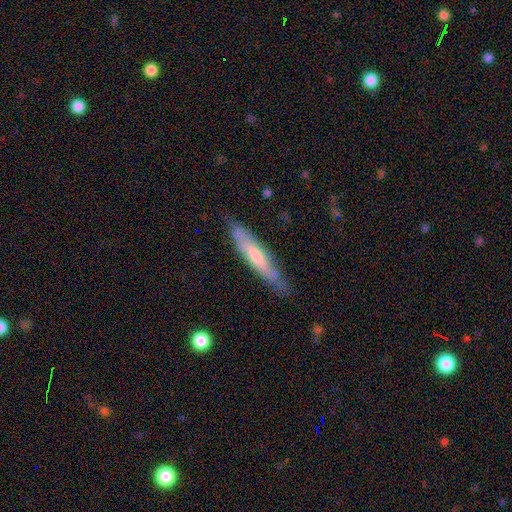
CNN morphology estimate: A featured or disk galaxy (56%) viewed edge-on (79%).

Vote fractions:
- Smooth or featured? featured or disk: 56% / smooth: 36% / star or artifact: 8%
- Edge-on disk? yes: 79% / no: 21%
- Merging? none: 81% / minor disturbance: 15% / major disturbance: 3% / merger: 1%